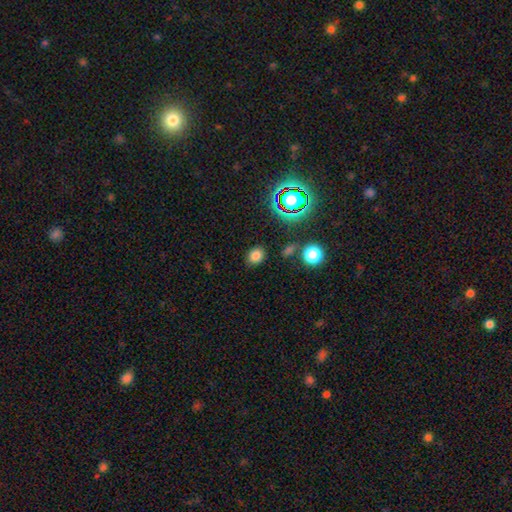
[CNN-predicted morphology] Q: Smooth or featured?
A: smooth (76%); runner-up: star or artifact (18%)
Q: How rounded?
A: in between (50%); runner-up: round (49%)
Q: Merging?
A: none (84%); runner-up: minor disturbance (10%)